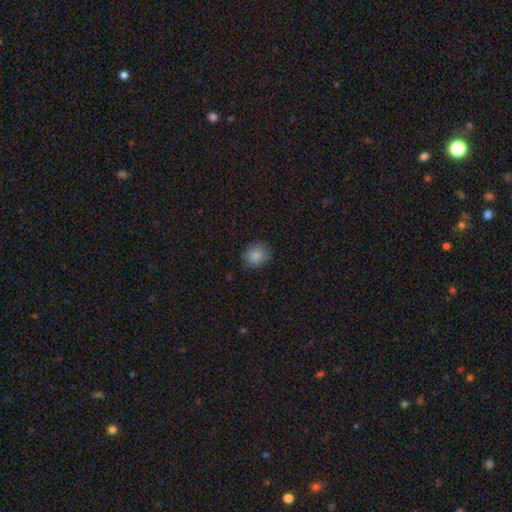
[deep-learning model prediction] The model was most divided on "how rounded": round: 66%, in between: 33%, cigar-shaped: 1%. More confident: smooth or featured — smooth (86%); merging — none (82%).